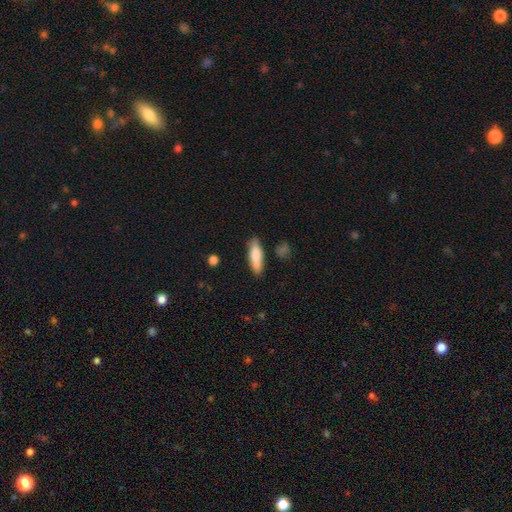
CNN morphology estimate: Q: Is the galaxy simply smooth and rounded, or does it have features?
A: smooth — 82%.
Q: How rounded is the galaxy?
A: cigar-shaped — 55%.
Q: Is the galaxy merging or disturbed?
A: none — 79%.